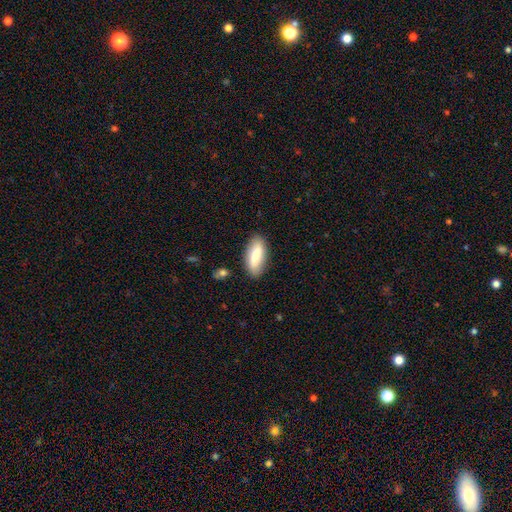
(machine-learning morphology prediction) A smooth galaxy with no disk features (76%) that is in between round and cigar-shaped (78%). Merging: none (85%).